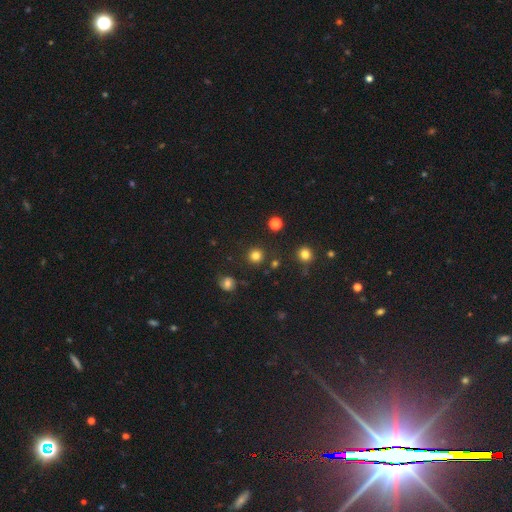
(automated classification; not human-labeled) Overall: smooth (80%). How rounded: round (95%). Merging: none (89%).